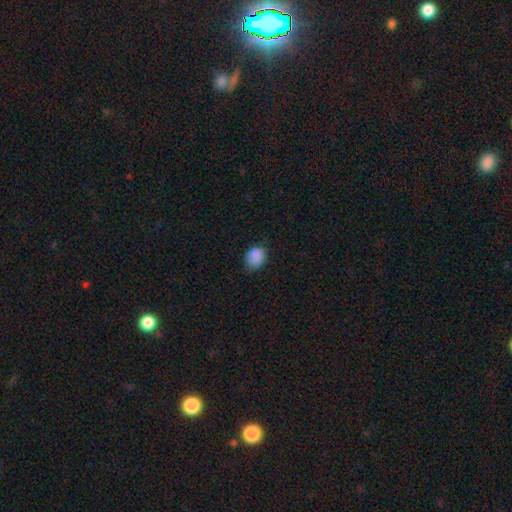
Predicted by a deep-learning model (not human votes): smooth_or_featured: smooth (p=0.87) [alt: star or artifact p=0.09]
how_rounded: in between (p=0.50) [alt: round p=0.49]
merging: none (p=0.66) [alt: minor disturbance p=0.27]